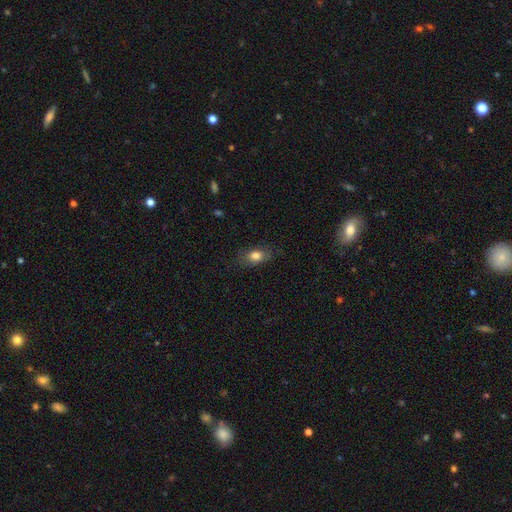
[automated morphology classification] A smooth galaxy with no disk features (81%) that is in between round and cigar-shaped (78%). Merging: none (79%).